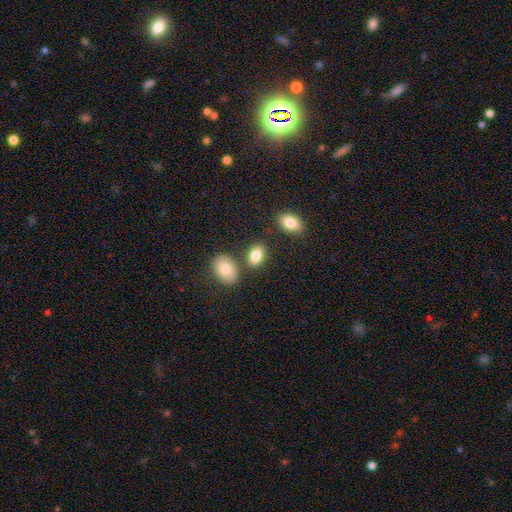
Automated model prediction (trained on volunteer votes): smooth_or_featured: smooth (p=0.83) [alt: star or artifact p=0.09]
how_rounded: in between (p=0.86) [alt: round p=0.12]
merging: none (p=0.73) [alt: merger p=0.12]